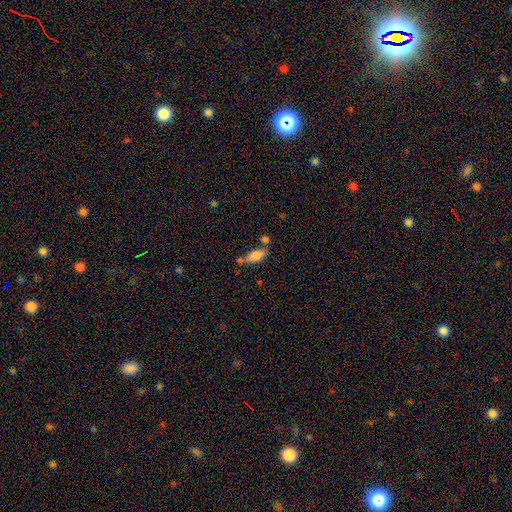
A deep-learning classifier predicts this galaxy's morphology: smooth_or_featured: smooth (p=0.78) [alt: featured or disk p=0.13]
how_rounded: in between (p=0.73) [alt: cigar-shaped p=0.24]
merging: none (p=0.50) [alt: merger p=0.23]